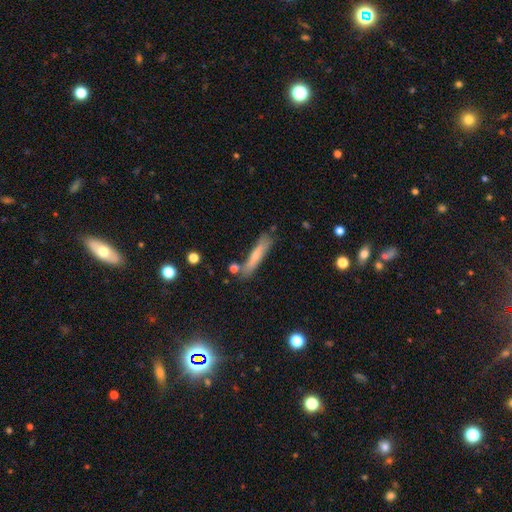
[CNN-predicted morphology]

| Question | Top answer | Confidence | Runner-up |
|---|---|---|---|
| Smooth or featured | smooth | 63% | featured or disk (30%) |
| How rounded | cigar-shaped | 90% | in between (9%) |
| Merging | none | 68% | minor disturbance (19%) |